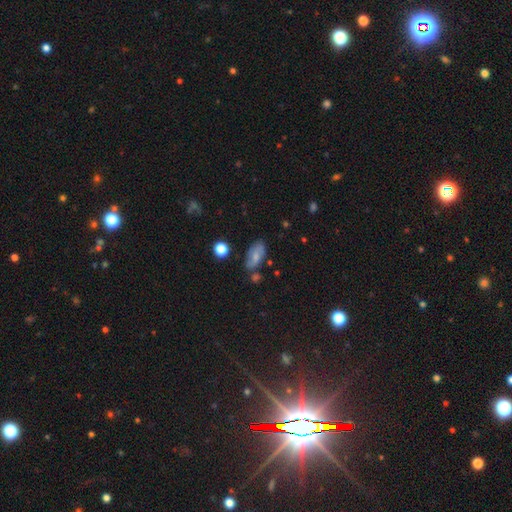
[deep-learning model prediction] smooth 60%, featured or disk 31%, star or artifact 9%. Down the decision tree: how rounded — in between (88%); merging — none (67%).